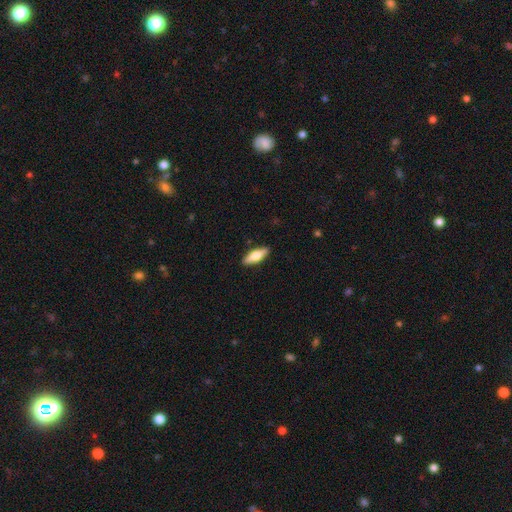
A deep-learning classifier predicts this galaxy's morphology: Overall: smooth (53%; featured or disk 42%). How rounded: in between (58%; cigar-shaped 39%). Merging: none (89%).